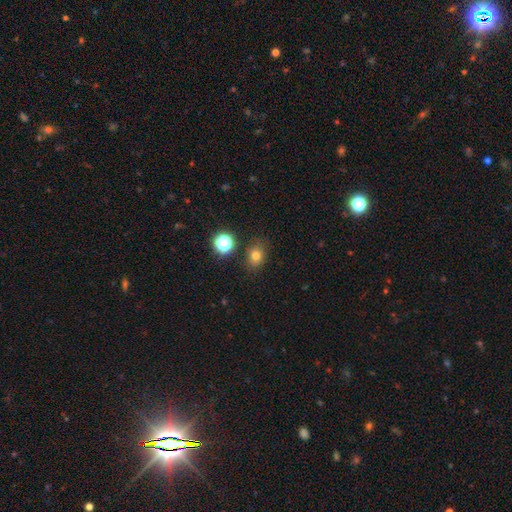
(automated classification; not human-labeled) smooth 75%, star or artifact 17%, featured or disk 8%. Down the decision tree: how rounded — round (57%); merging — none (81%).